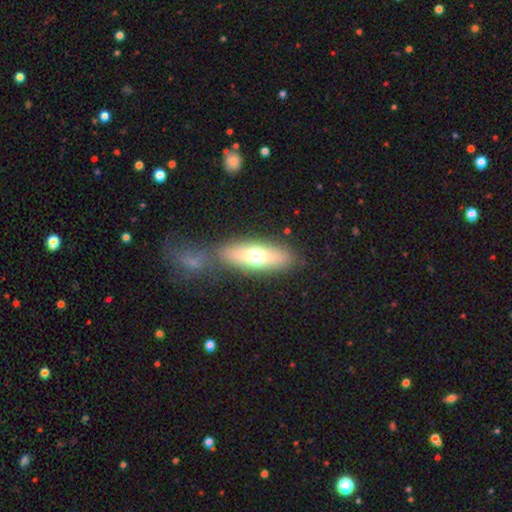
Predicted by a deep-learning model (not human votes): This appears to be a smooth galaxy with no disk features (63%) that is in between round and cigar-shaped (61%). Merging: none (71%).